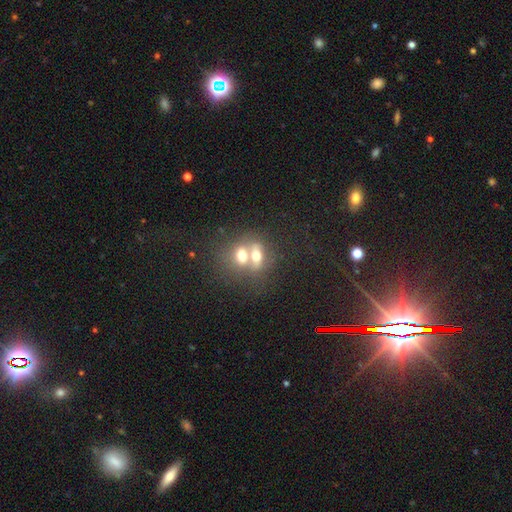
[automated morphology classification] Smooth or featured?
  - smooth: 61% *
  - featured or disk: 28%
  - star or artifact: 11%
How rounded?
  - in between: 66% *
  - round: 30%
  - cigar-shaped: 4%
Merging?
  - merger: 68% *
  - none: 22%
  - minor disturbance: 6%
  - major disturbance: 4%